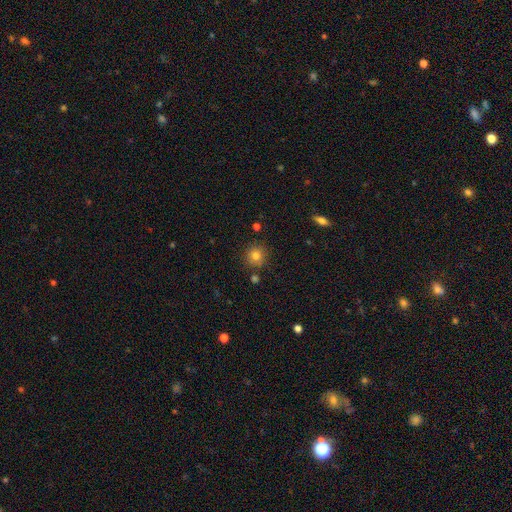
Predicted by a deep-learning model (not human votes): A smooth galaxy with no disk features (79%) that is round (92%). Merging: none (83%).